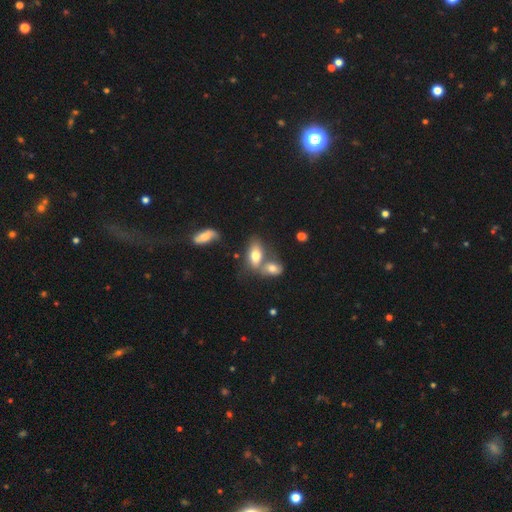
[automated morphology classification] A smooth galaxy with no disk features (72%) that is in between round and cigar-shaped (87%).

Vote fractions:
- Smooth or featured? smooth: 72% / featured or disk: 19% / star or artifact: 8%
- How rounded? in between: 87% / cigar-shaped: 7% / round: 6%
- Merging? merger: 48% / none: 35% / minor disturbance: 11% / major disturbance: 6%